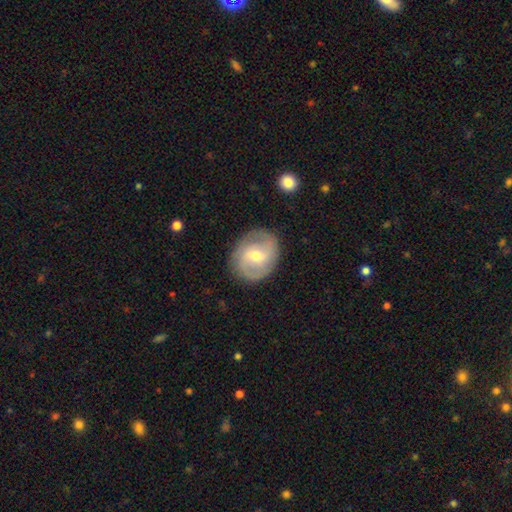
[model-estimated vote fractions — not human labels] smooth_or_featured: featured or disk (p=0.67) [alt: smooth p=0.27]
disk_edge_on: no (p=0.97) [alt: yes p=0.03]
bar: weak (p=0.54) [alt: no p=0.28]
has_spiral_arms: yes (p=0.85) [alt: no p=0.15]
spiral_winding: medium (p=0.46) [alt: tight p=0.31]
spiral_arm_count: 2 (p=0.74) [alt: can't tell p=0.13]
bulge_size: moderate (p=0.59) [alt: small p=0.36]
merging: none (p=0.82) [alt: minor disturbance p=0.12]